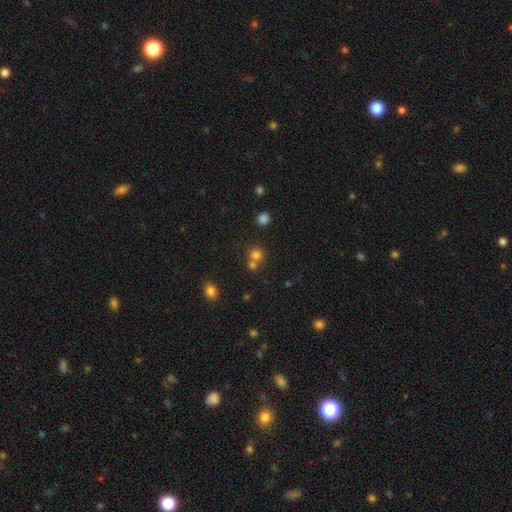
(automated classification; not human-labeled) Overall: smooth (74%). How rounded: round (86%). Merging: none (53%; merger 38%).